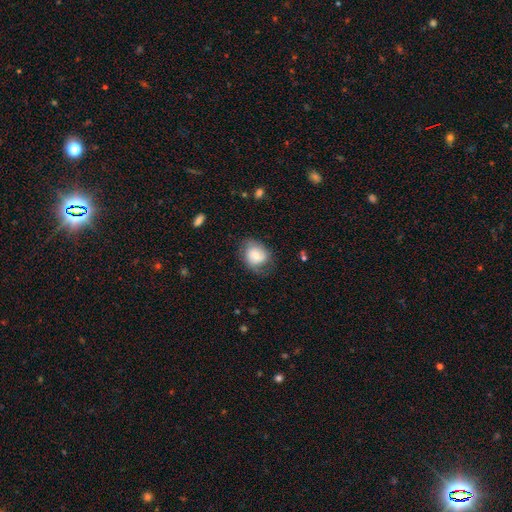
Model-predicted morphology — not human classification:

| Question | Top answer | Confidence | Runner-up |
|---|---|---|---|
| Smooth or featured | smooth | 64% | featured or disk (28%) |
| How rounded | round | 55% | in between (44%) |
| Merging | none | 64% | minor disturbance (24%) |